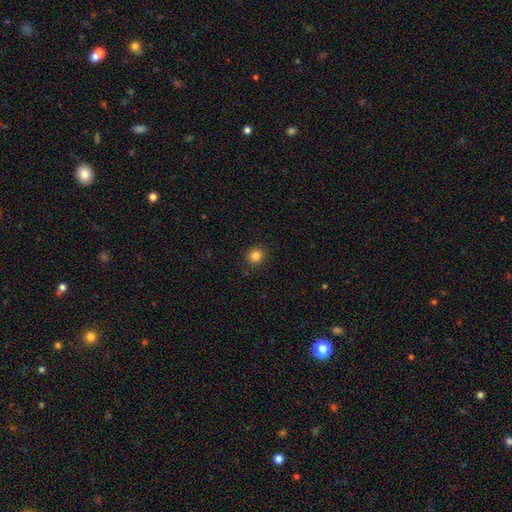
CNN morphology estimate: Smooth or featured? smooth (84%)
How rounded? round (90%)
Merging? none (91%)